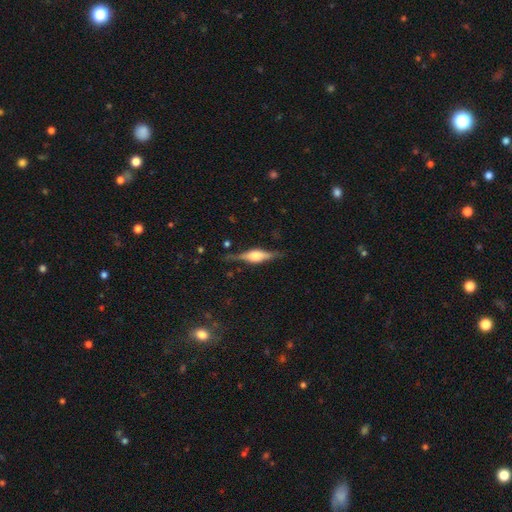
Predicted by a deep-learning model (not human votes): smooth_or_featured: featured or disk (p=0.76) [alt: smooth p=0.17]
disk_edge_on: yes (p=0.97) [alt: no p=0.03]
edge_on_bulge: rounded (p=0.80) [alt: boxy p=0.18]
merging: none (p=0.81) [alt: minor disturbance p=0.13]